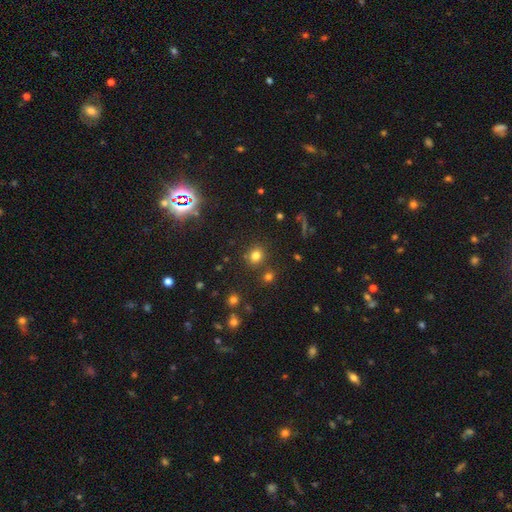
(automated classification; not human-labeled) This is likely a smooth galaxy (75%). How rounded: likely round (71%). Merging: likely none (80%).